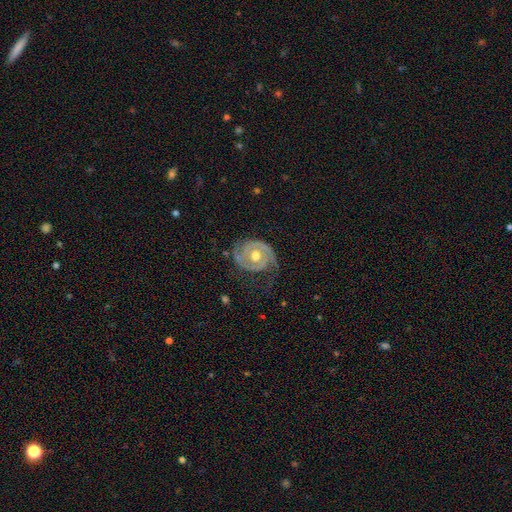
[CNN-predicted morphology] type=featured or disk (90%); edge-on=no (98%); bar=no (71%); spiral arms=yes (96%); winding=tight (62%); arm count=2 (82%); bulge=moderate (82%); merging=none (68%).